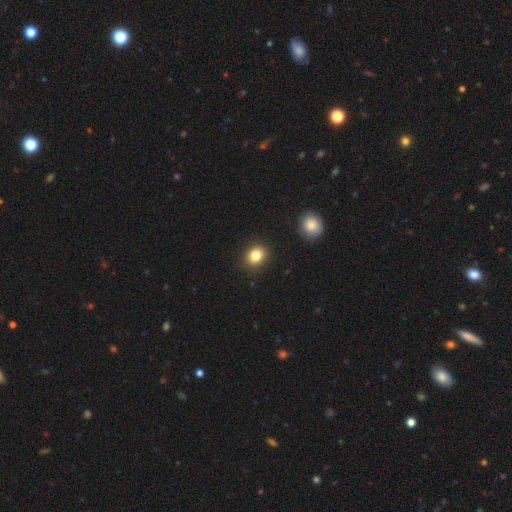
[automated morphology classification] This is clearly a smooth galaxy (83%). How rounded: likely round (67%). Merging: clearly none (88%).